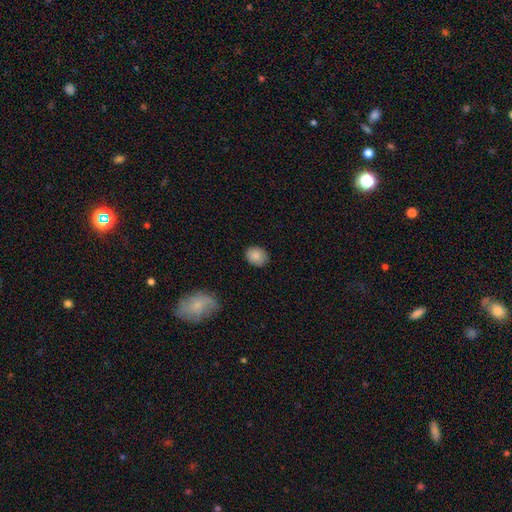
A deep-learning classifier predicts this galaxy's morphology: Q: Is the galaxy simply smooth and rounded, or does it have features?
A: smooth — 86%.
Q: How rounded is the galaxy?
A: round — 53%.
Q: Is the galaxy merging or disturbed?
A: none — 85%.